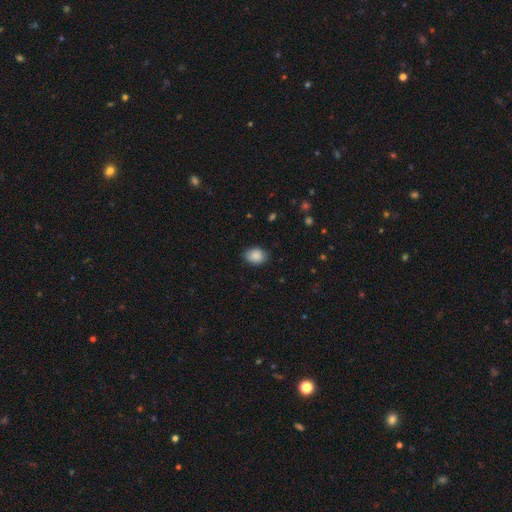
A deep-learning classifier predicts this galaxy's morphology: Q: Smooth or featured?
A: smooth (87%); runner-up: star or artifact (8%)
Q: How rounded?
A: in between (59%); runner-up: round (40%)
Q: Merging?
A: none (81%); runner-up: minor disturbance (15%)